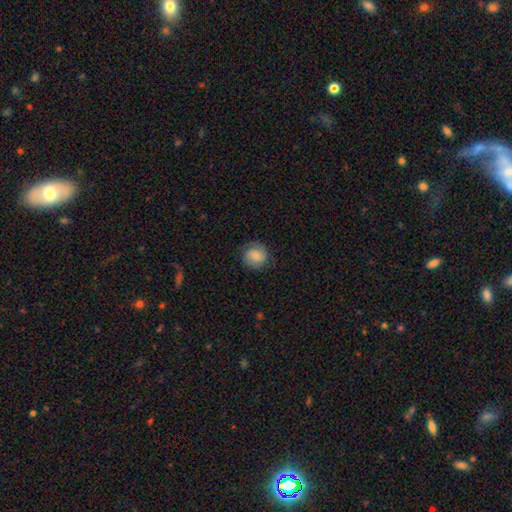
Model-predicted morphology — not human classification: Overall: smooth (72%). How rounded: round (84%). Merging: none (78%).